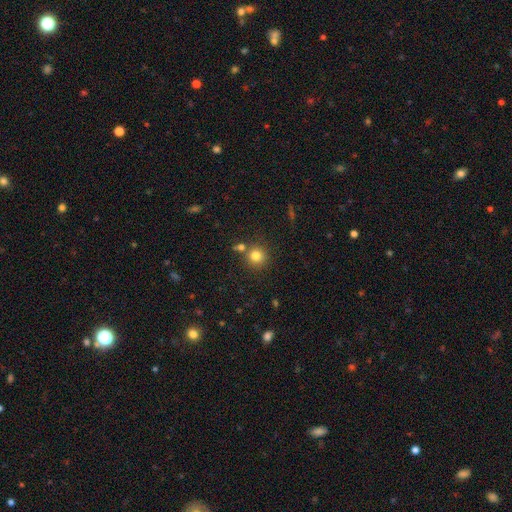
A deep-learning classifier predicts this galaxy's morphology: Smooth or featured? smooth (80%)
How rounded? round (92%)
Merging? none (74%)